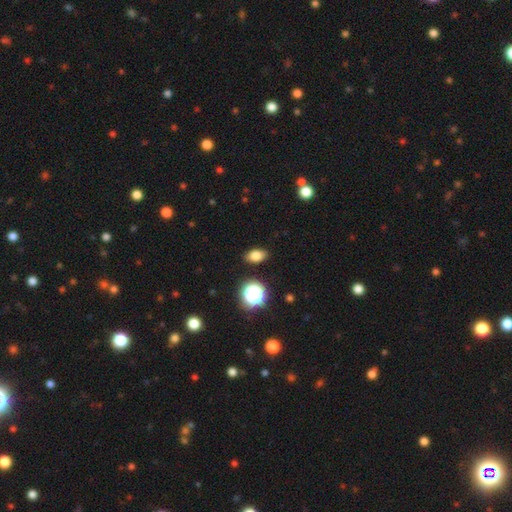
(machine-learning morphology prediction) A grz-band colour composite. It shows a smooth galaxy with no disk features (78%) that is in between round and cigar-shaped (83%). Merging: none (87%).